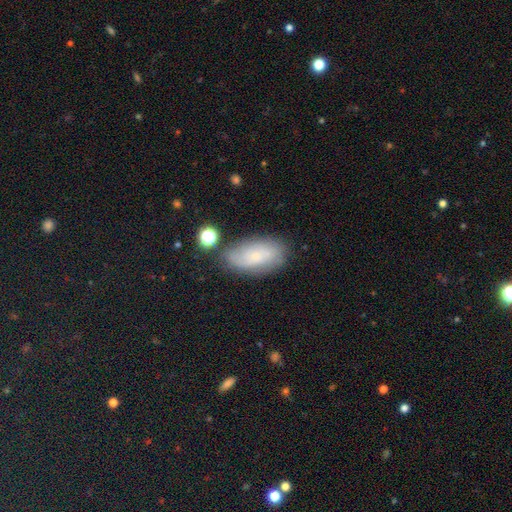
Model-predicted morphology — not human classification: Overall: smooth (62%; featured or disk 28%). How rounded: in between (91%). Merging: none (69%).